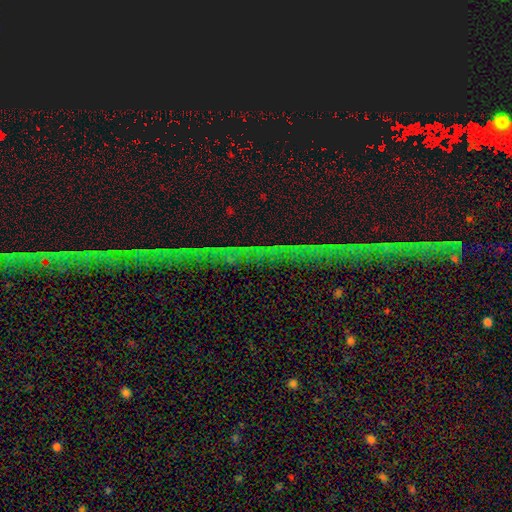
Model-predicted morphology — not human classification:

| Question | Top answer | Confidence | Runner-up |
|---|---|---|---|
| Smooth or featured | star or artifact | 88% | featured or disk (7%) |